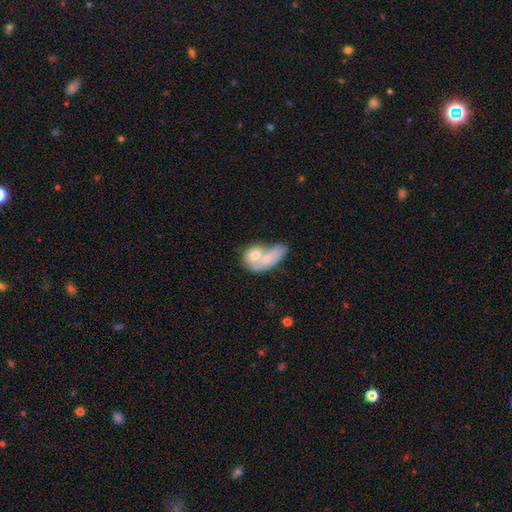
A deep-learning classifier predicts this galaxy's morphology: Smooth or featured? Predicted: smooth (p=0.62). How rounded? Predicted: in between (p=0.71). Merging? Predicted: merger (p=0.68).